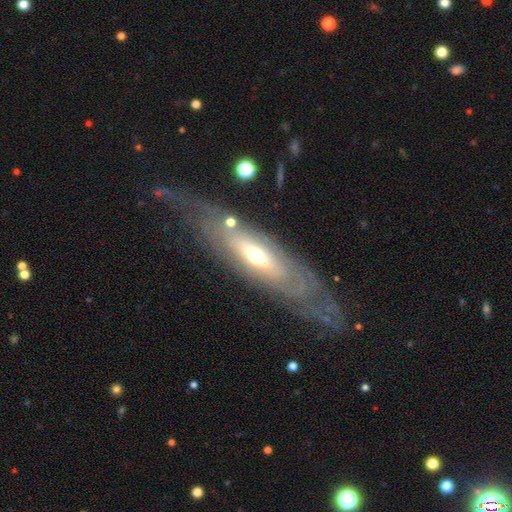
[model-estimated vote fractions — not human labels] Smooth or featured? Predicted: featured or disk (p=0.74). Edge-on disk? Predicted: no (p=0.68). Bar? Predicted: no (p=0.72). Spiral arms? Predicted: yes (p=0.53). Bulge size? Predicted: moderate (p=0.66). Merging? Predicted: none (p=0.64).